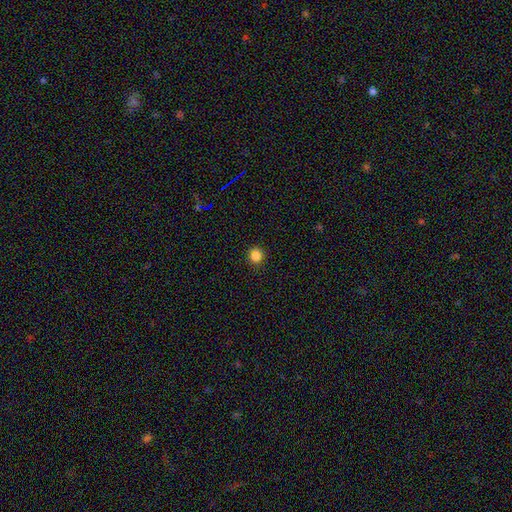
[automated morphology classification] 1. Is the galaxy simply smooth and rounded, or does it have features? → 84% smooth, 12% star or artifact, 3% featured or disk.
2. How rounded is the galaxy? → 93% round, 6% in between, 1% cigar-shaped.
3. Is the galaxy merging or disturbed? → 92% none, 5% minor disturbance, 2% major disturbance, 1% merger.